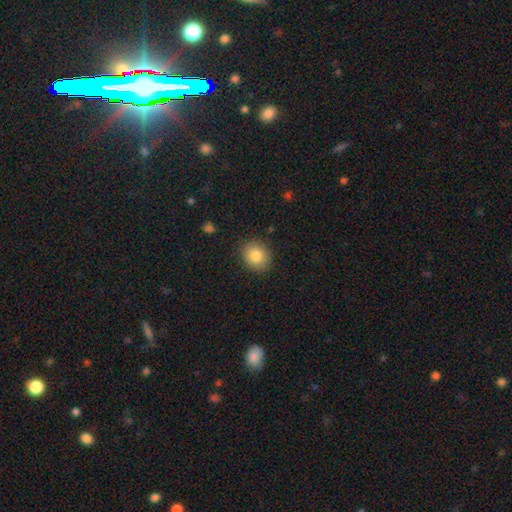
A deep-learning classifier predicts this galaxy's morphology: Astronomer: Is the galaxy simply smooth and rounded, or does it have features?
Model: smooth — 83%.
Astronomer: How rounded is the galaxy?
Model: round — 65%.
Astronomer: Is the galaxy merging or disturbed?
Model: none — 88%.